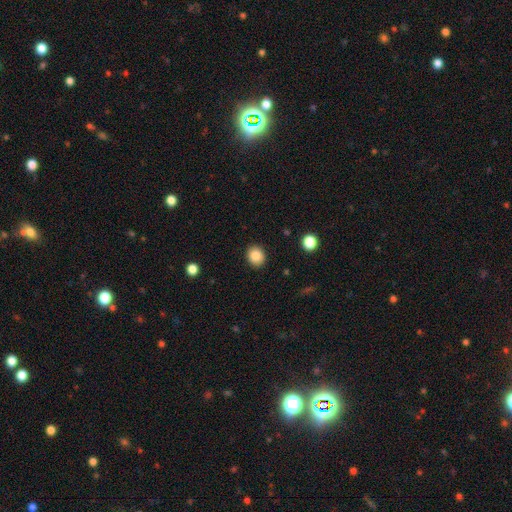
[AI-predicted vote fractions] Morphology: type=smooth (87%); roundness=round (76%); merging=none (90%).